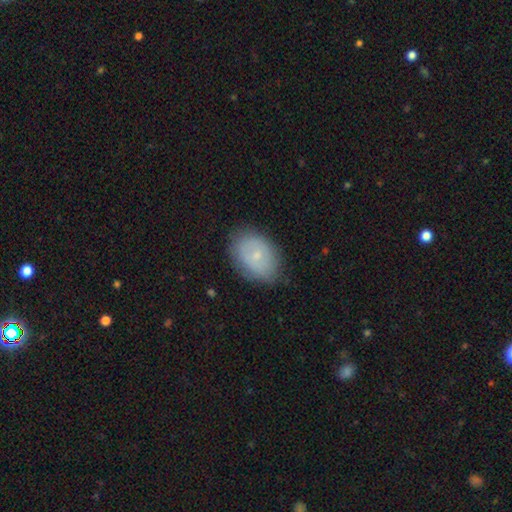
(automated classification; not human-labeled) Smooth or featured? smooth (63%)
How rounded? in between (78%)
Merging? none (79%)